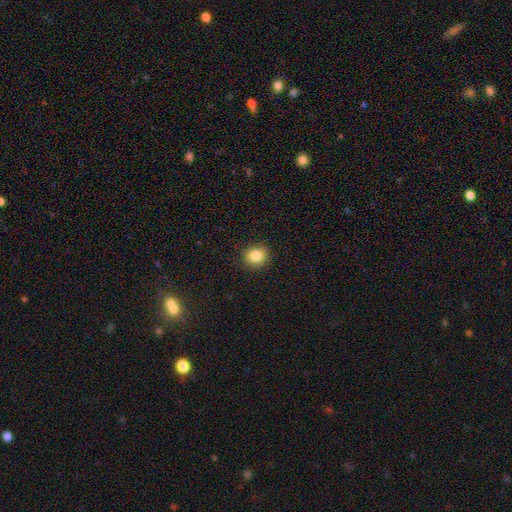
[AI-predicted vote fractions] smooth 85%, star or artifact 10%, featured or disk 5%. Down the decision tree: how rounded — round (83%); merging — none (88%).